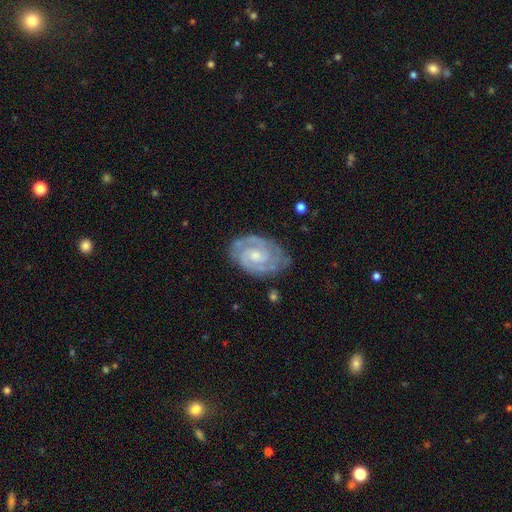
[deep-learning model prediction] featured or disk 88%, smooth 7%, star or artifact 4%. Down the decision tree: edge-on disk — no (98%); bar — no (54%); spiral arms — yes (97%); spiral arm count — 2 (75%); spiral winding — tight (59%); bulge size — small (53%); merging — none (74%).